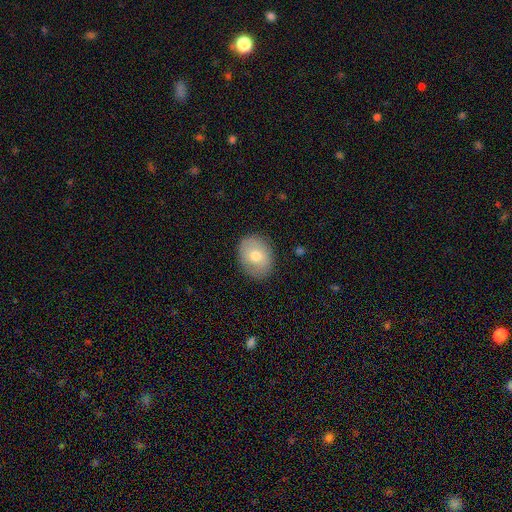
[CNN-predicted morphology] The model was most divided on "how rounded": in between: 59%, round: 40%, cigar-shaped: 1%. More confident: merging — none (85%); smooth or featured — smooth (70%).